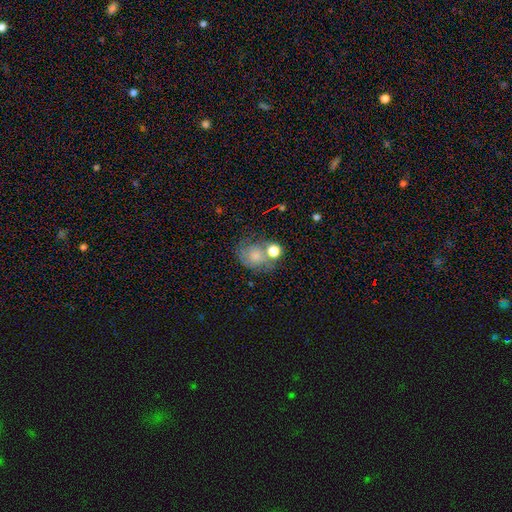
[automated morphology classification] Smooth or featured? smooth (61%)
How rounded? round (58%)
Merging? none (40%)